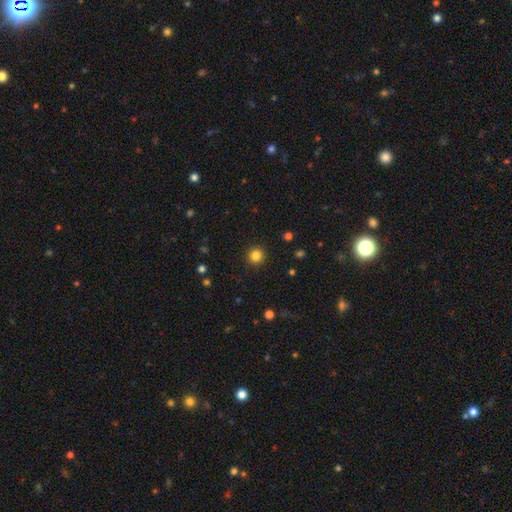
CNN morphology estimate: A smooth galaxy with no disk features (84%) that is round (95%).

Vote fractions:
- Smooth or featured? smooth: 84% / star or artifact: 12% / featured or disk: 4%
- How rounded? round: 95% / in between: 4% / cigar-shaped: 1%
- Merging? none: 92% / minor disturbance: 5% / major disturbance: 2% / merger: 1%